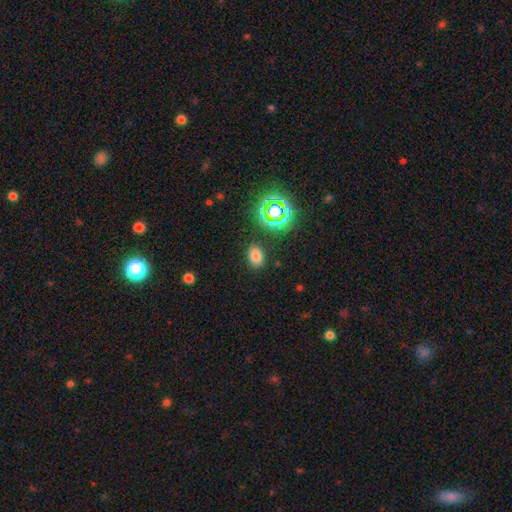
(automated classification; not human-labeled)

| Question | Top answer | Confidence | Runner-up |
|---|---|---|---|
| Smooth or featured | smooth | 72% | star or artifact (21%) |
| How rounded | in between | 78% | round (21%) |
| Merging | none | 86% | minor disturbance (9%) |